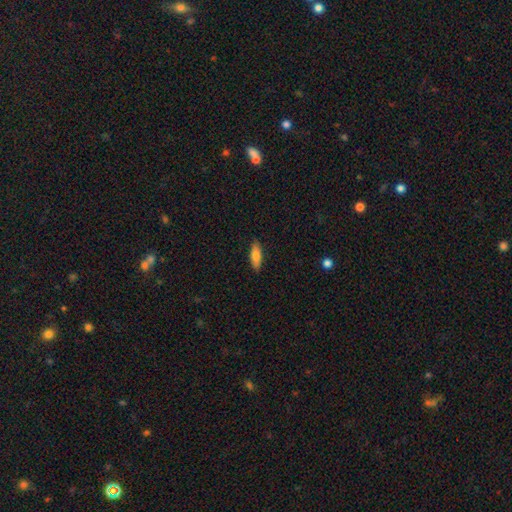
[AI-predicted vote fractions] Smooth or featured: smooth — 77% (featured or disk — 16%)
How rounded: in between — 51% (cigar-shaped — 47%)
Merging: none — 88% (minor disturbance — 9%)